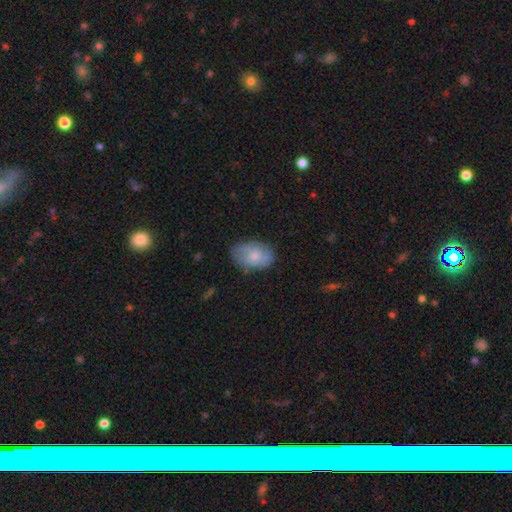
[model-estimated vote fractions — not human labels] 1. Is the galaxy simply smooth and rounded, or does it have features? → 62% smooth, 31% featured or disk, 7% star or artifact.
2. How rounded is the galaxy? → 88% in between, 11% round, 1% cigar-shaped.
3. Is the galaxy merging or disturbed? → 72% none, 21% minor disturbance, 6% major disturbance, 1% merger.